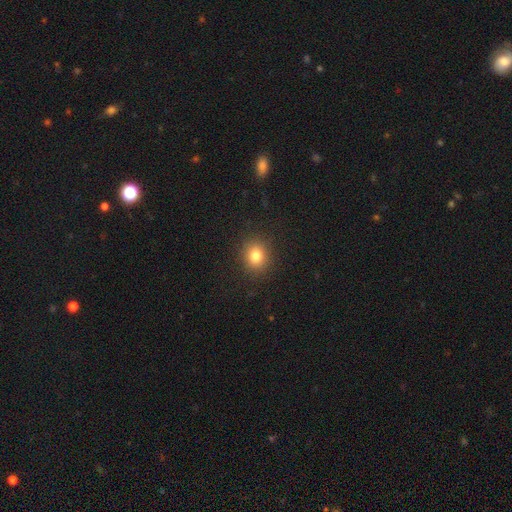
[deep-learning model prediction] Smooth or featured?
  - smooth: 81% *
  - star or artifact: 13%
  - featured or disk: 7%
How rounded?
  - round: 74% *
  - in between: 25%
  - cigar-shaped: 1%
Merging?
  - none: 89% *
  - minor disturbance: 7%
  - major disturbance: 3%
  - merger: 1%